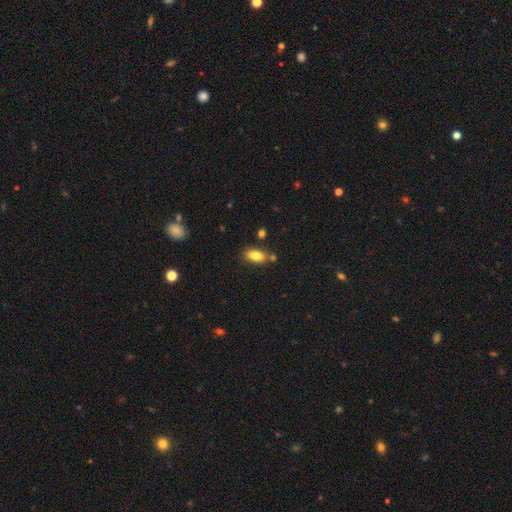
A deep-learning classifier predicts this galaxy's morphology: Smooth or featured? Predicted: smooth (p=0.83). How rounded? Predicted: in between (p=0.88). Merging? Predicted: none (p=0.75).